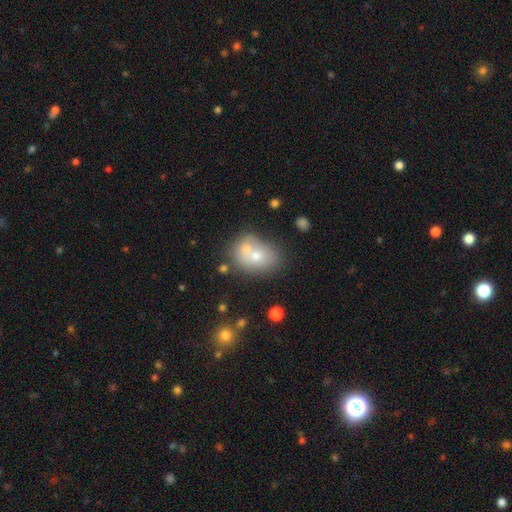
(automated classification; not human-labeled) Smooth or featured: smooth — 65% (featured or disk — 25%)
How rounded: in between — 57% (round — 42%)
Merging: merger — 54% (none — 31%)